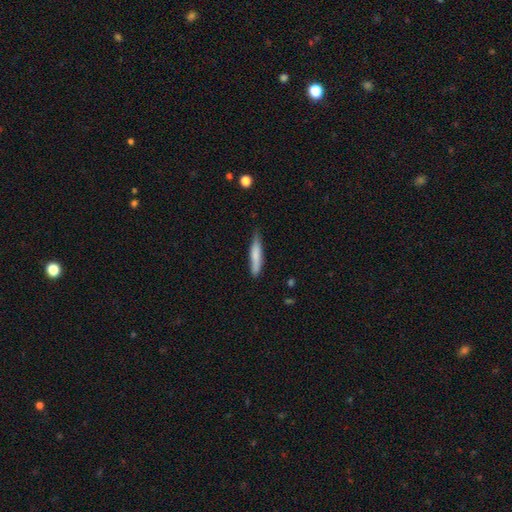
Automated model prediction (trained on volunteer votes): smooth-or-featured: smooth: 74% | featured or disk: 20% | star or artifact: 6%
  how-rounded: cigar-shaped: 88% | in between: 11% | round: 1%
  merging: none: 72% | minor disturbance: 23% | major disturbance: 3% | merger: 2%